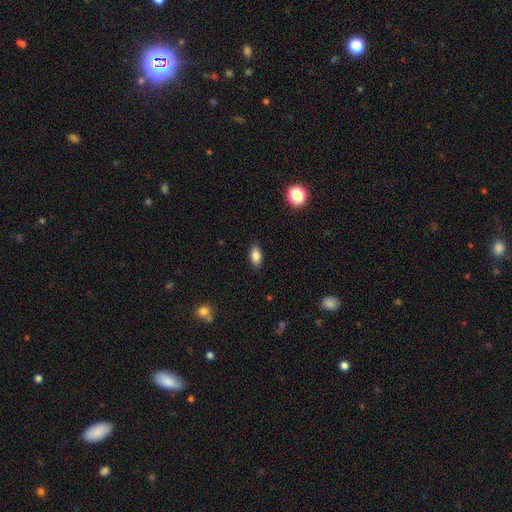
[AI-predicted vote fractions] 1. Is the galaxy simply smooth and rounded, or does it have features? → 85% smooth, 9% star or artifact, 6% featured or disk.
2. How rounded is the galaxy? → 89% in between, 6% round, 4% cigar-shaped.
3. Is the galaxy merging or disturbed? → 87% none, 10% minor disturbance, 2% major disturbance, 1% merger.